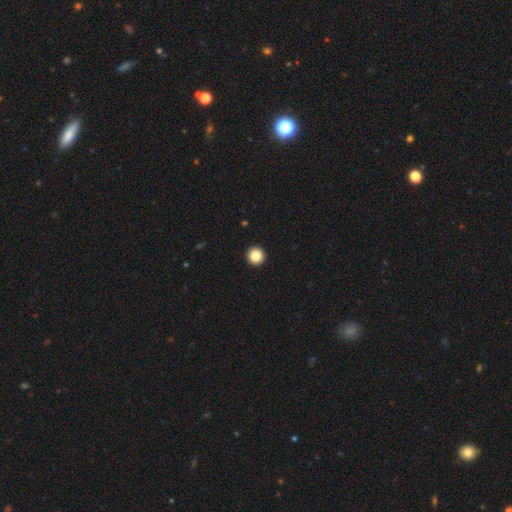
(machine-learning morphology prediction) The model was most divided on "smooth or featured": smooth: 85%, star or artifact: 9%, featured or disk: 5%. More confident: how rounded — round (97%); merging — none (95%).